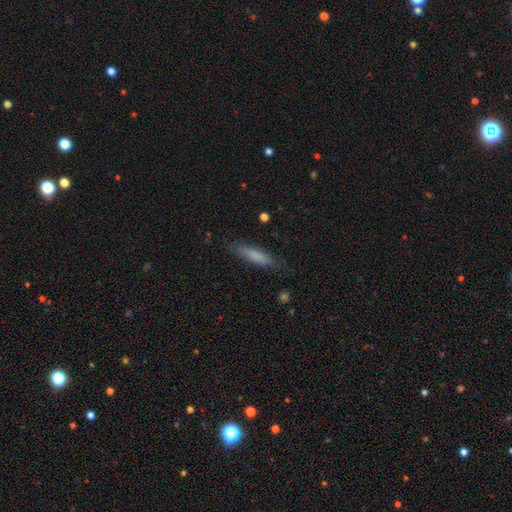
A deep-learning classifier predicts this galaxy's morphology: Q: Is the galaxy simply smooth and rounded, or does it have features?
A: smooth — 75%.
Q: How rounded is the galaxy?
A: cigar-shaped — 83%.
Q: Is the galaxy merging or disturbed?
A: none — 83%.